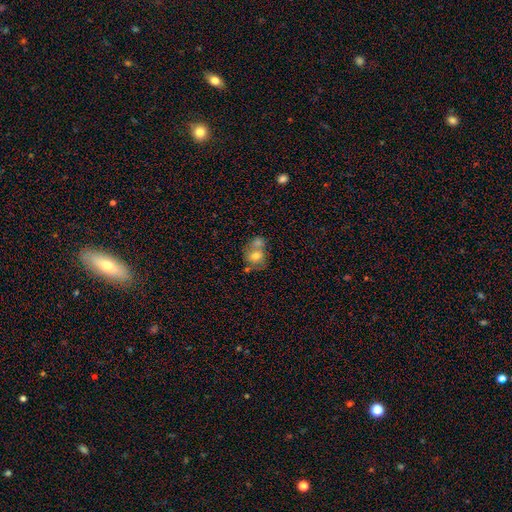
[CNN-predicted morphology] Overall: smooth (67%). How rounded: round (60%; in between 39%). Merging: merger (57%; none 28%).